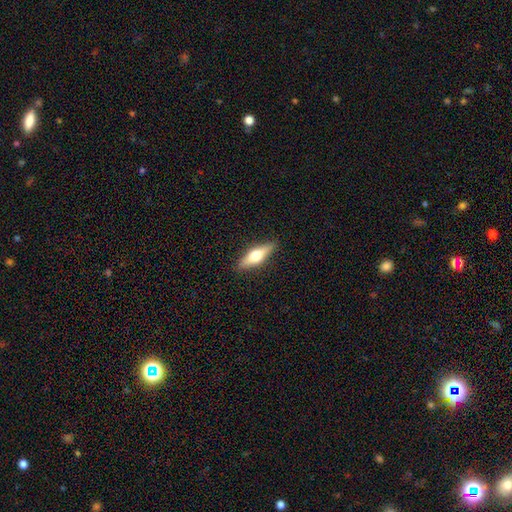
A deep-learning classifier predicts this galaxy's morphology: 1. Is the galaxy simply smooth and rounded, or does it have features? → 53% featured or disk, 41% smooth, 6% star or artifact.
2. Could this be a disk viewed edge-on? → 93% yes, 7% no.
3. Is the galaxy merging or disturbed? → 90% none, 8% minor disturbance, 2% major disturbance, 1% merger.